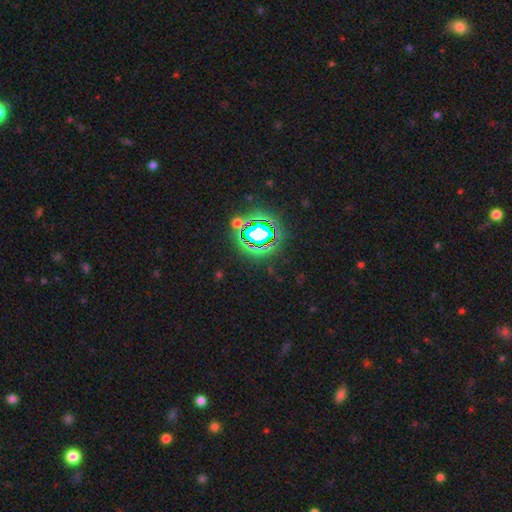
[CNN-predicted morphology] Q: Smooth or featured?
A: star or artifact (81%); runner-up: smooth (12%)